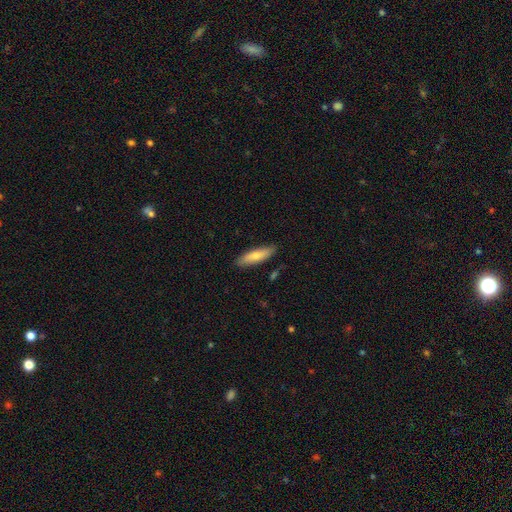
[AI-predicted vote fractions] Smooth or featured?
  - smooth: 72% *
  - featured or disk: 23%
  - star or artifact: 5%
How rounded?
  - cigar-shaped: 61% *
  - in between: 38%
  - round: 2%
Merging?
  - none: 86% *
  - minor disturbance: 10%
  - major disturbance: 2%
  - merger: 2%